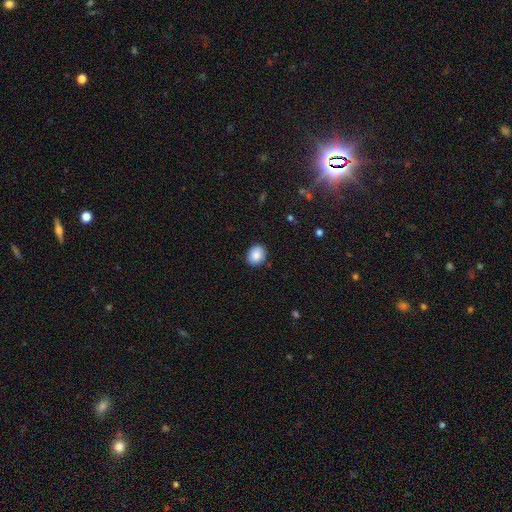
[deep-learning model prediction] This is clearly a smooth galaxy (87%). How rounded: possibly round (55%). Merging: clearly none (89%).